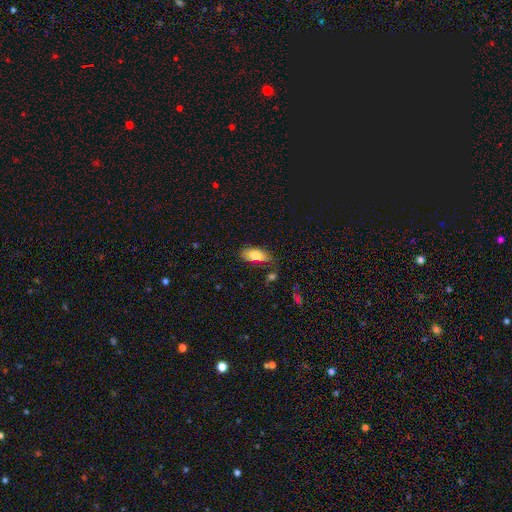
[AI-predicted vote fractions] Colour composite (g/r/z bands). It shows a smooth galaxy with no disk features (79%) that is in between round and cigar-shaped (89%). Merging: none (65%).